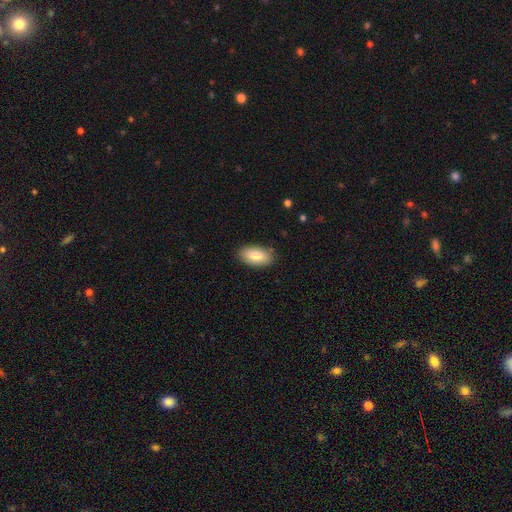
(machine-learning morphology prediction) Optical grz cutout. It shows a smooth galaxy with no disk features (82%) that is in between round and cigar-shaped (93%). Merging: none (86%).